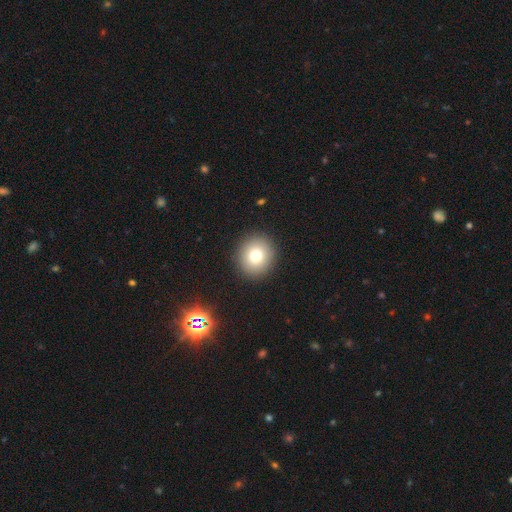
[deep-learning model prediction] Q: Smooth or featured?
A: smooth (77%); runner-up: star or artifact (12%)
Q: How rounded?
A: round (88%); runner-up: in between (11%)
Q: Merging?
A: none (91%); runner-up: minor disturbance (5%)